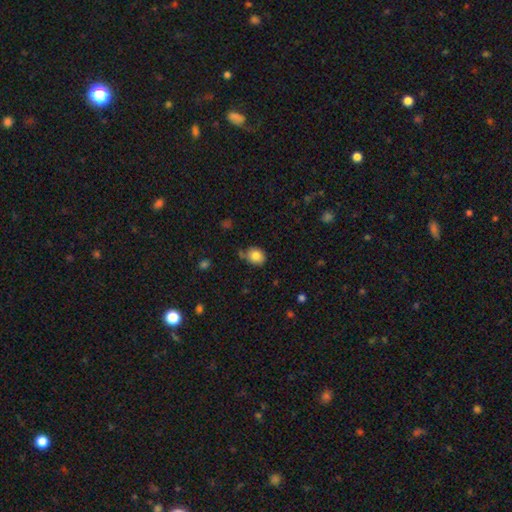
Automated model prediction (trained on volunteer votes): Q: Smooth or featured?
A: smooth (82%); runner-up: star or artifact (10%)
Q: How rounded?
A: round (62%); runner-up: in between (37%)
Q: Merging?
A: none (67%); runner-up: minor disturbance (22%)